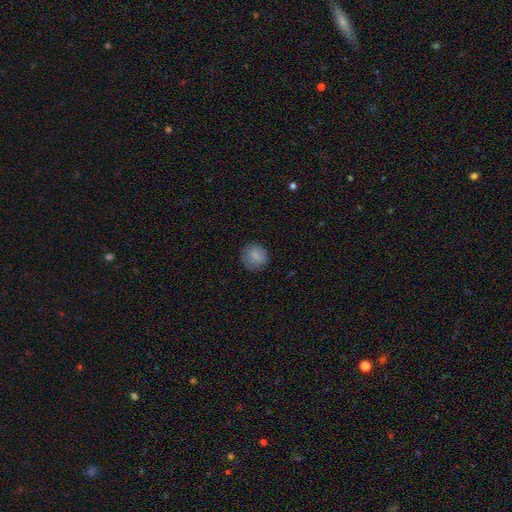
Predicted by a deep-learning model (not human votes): A smooth galaxy with no disk features (84%) that is round (90%). Merging: none (81%).